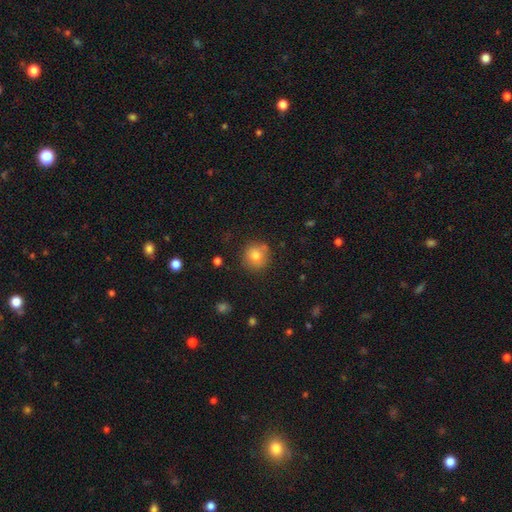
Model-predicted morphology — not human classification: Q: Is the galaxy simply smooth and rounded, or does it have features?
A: smooth — 78%.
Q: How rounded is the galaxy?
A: round — 92%.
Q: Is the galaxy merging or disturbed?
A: none — 80%.